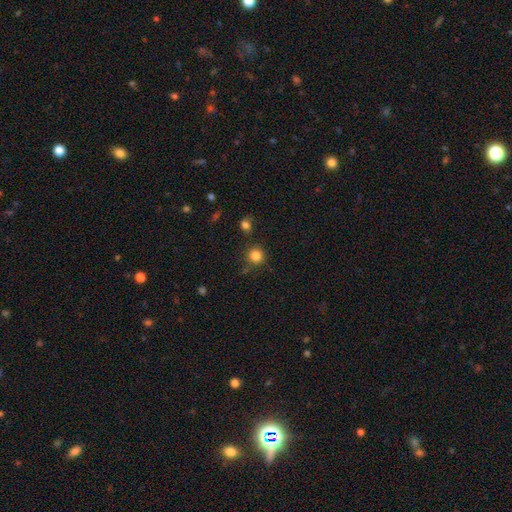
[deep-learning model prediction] Morphology: type=smooth (83%); roundness=round (93%); merging=none (81%).